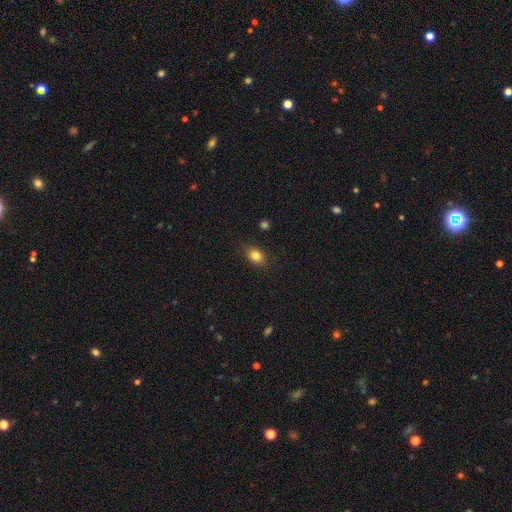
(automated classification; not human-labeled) Smooth or featured: smooth — 82% (star or artifact — 11%)
How rounded: in between — 64% (round — 35%)
Merging: none — 86% (minor disturbance — 11%)